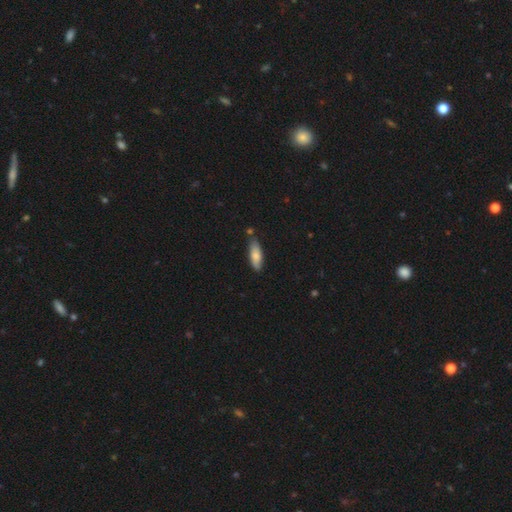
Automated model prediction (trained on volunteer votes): Smooth or featured: smooth — 77% (featured or disk — 17%)
How rounded: in between — 57% (cigar-shaped — 42%)
Merging: none — 75% (minor disturbance — 18%)